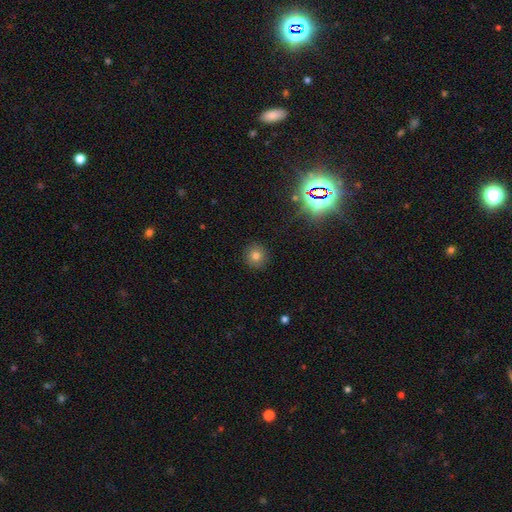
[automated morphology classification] This appears to be a smooth galaxy with no disk features (77%) that is round (92%). Merging: none (90%).